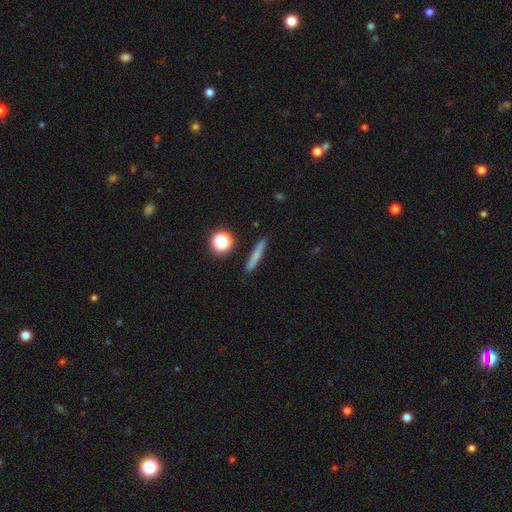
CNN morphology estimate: A smooth galaxy with no disk features (68%) that is cigar-shaped (89%). Merging: none (88%).